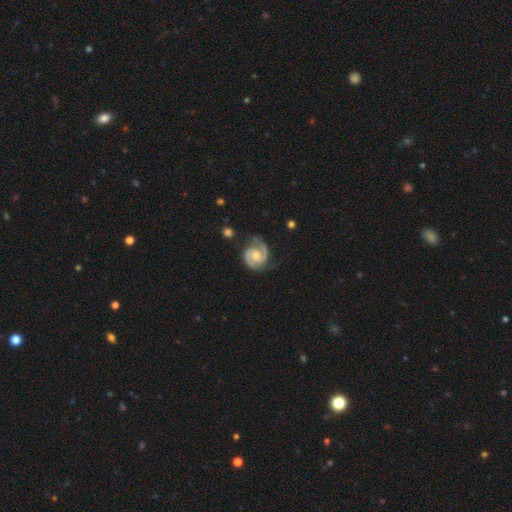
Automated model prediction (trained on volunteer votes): smooth-or-featured: featured or disk: 91% | smooth: 5% | star or artifact: 4%
  disk-edge-on: no: 98% | yes: 2%
    bar: no: 53% | weak: 39% | strong: 8%
    has-spiral-arms: yes: 98% | no: 2%
      spiral-winding: medium: 47% | tight: 45% | loose: 8%
      spiral-arm-count: 2: 93% | can't tell: 2% | 1: 2% | 3: 1% | 4: 1% | more than 4: 1%
    bulge-size: moderate: 51% | small: 31% | none: 11% | large: 5% | dominant: 1%
  merging: none: 75% | minor disturbance: 17% | major disturbance: 5% | merger: 2%